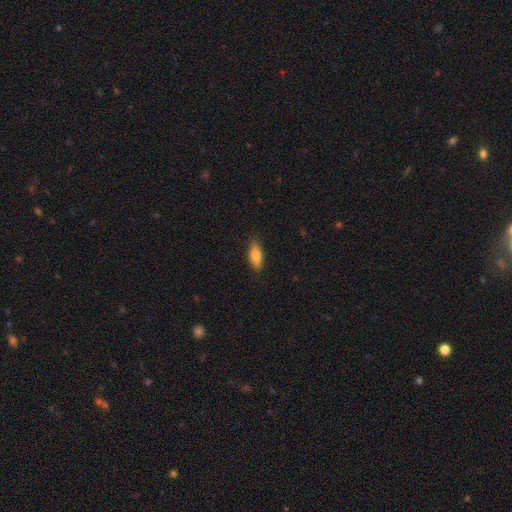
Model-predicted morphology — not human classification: Smooth or featured? Predicted: smooth (p=0.74). How rounded? Predicted: in between (p=0.69). Merging? Predicted: none (p=0.87).